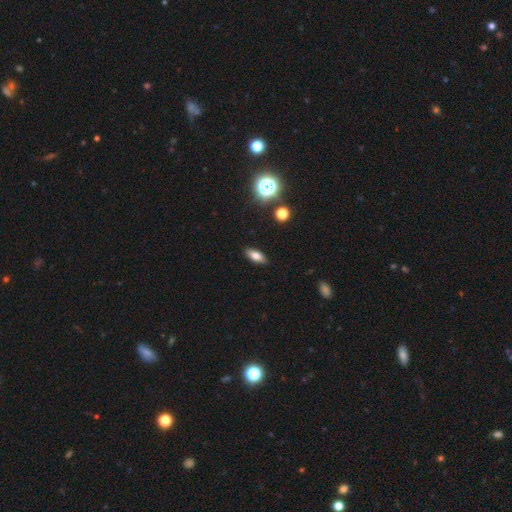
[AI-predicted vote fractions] smooth 71%, featured or disk 18%, star or artifact 12%. Down the decision tree: how rounded — in between (75%); merging — none (90%).